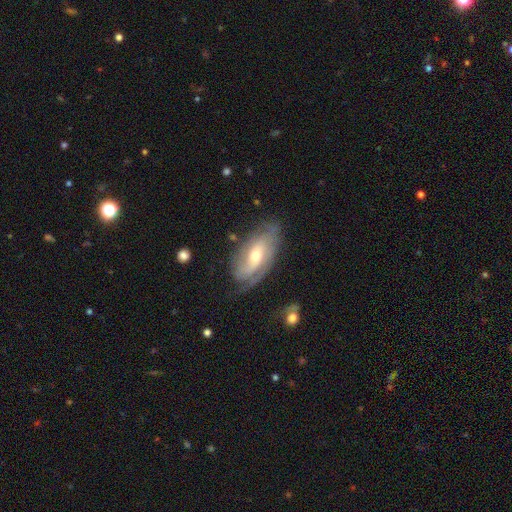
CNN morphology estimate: Q: Smooth or featured?
A: featured or disk (73%); runner-up: smooth (21%)
Q: Edge-on disk?
A: no (89%); runner-up: yes (11%)
Q: Bar?
A: no (56%); runner-up: weak (32%)
Q: Spiral arms?
A: yes (85%); runner-up: no (15%)
Q: Spiral winding?
A: tight (50%); runner-up: medium (33%)
Q: Spiral arm count?
A: 2 (41%); runner-up: can't tell (33%)
Q: Bulge size?
A: moderate (57%); runner-up: small (39%)
Q: Merging?
A: none (65%); runner-up: minor disturbance (23%)